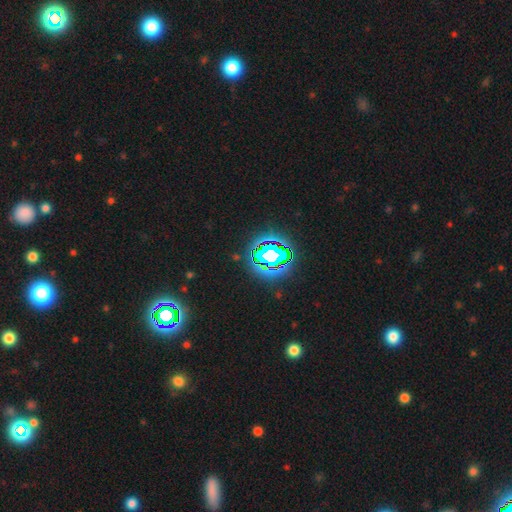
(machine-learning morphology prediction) smooth_or_featured: star or artifact (p=0.81) [alt: smooth p=0.12]